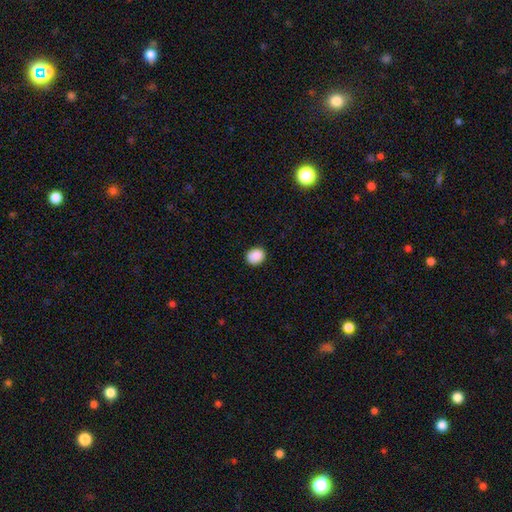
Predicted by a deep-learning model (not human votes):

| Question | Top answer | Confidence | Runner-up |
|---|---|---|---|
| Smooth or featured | smooth | 89% | star or artifact (8%) |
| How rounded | round | 64% | in between (35%) |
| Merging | none | 87% | minor disturbance (10%) |